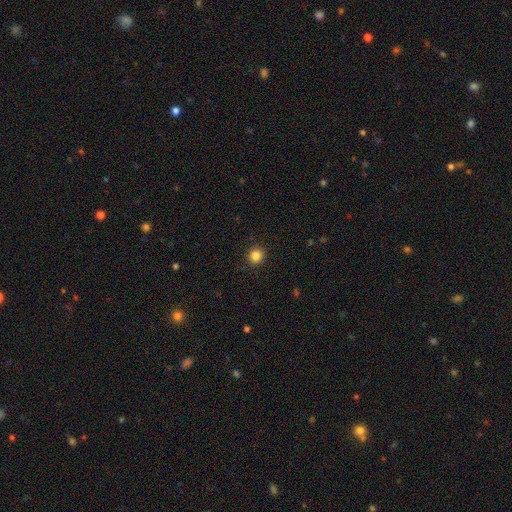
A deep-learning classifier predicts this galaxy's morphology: The model was most divided on "smooth or featured": smooth: 84%, star or artifact: 12%, featured or disk: 4%. More confident: how rounded — round (92%); merging — none (92%).